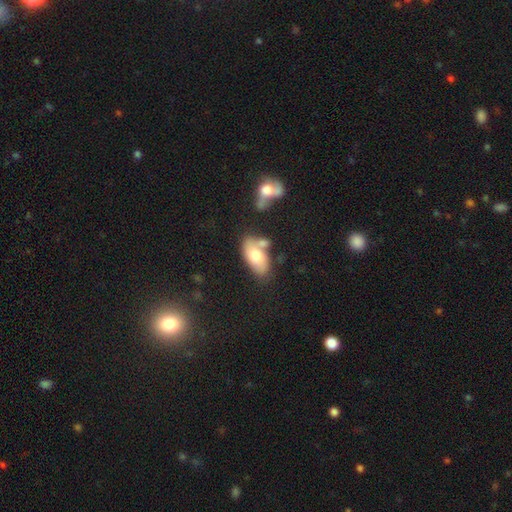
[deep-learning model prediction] The model was most divided on "merging": none: 47%, merger: 27%, minor disturbance: 19%, major disturbance: 8%. More confident: how rounded — in between (93%); smooth or featured — smooth (66%).